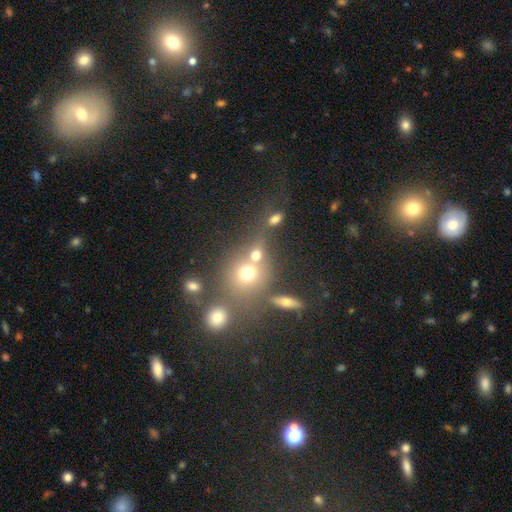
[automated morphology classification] Q: Smooth or featured?
A: smooth (67%); runner-up: star or artifact (19%)
Q: How rounded?
A: round (70%); runner-up: in between (27%)
Q: Merging?
A: none (45%); runner-up: merger (40%)